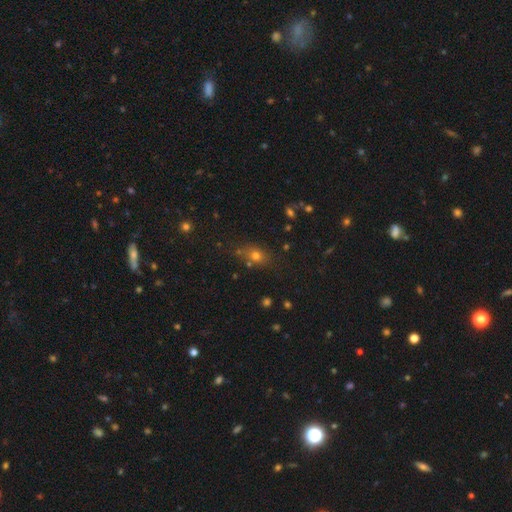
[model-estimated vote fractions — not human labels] Smooth or featured? Predicted: smooth (p=0.70). How rounded? Predicted: in between (p=0.53). Merging? Predicted: none (p=0.72).